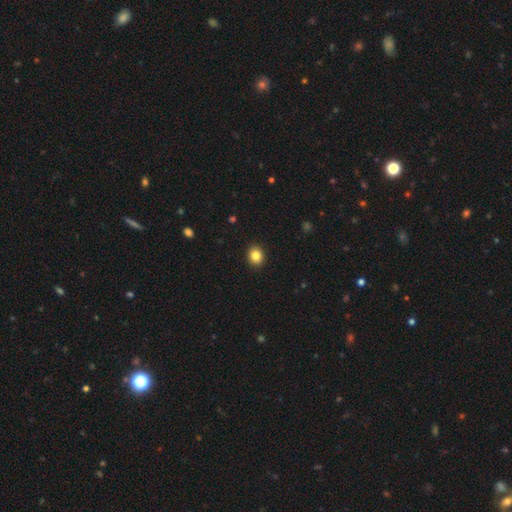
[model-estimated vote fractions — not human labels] smooth_or_featured: smooth (p=0.84) [alt: star or artifact p=0.10]
how_rounded: round (p=0.67) [alt: in between p=0.32]
merging: none (p=0.92) [alt: minor disturbance p=0.06]